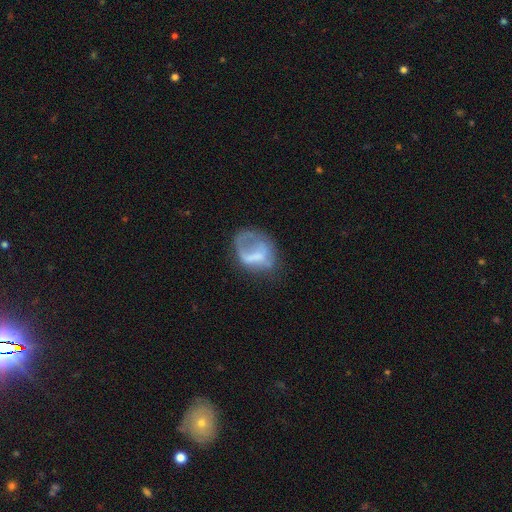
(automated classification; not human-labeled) featured or disk 46%, smooth 45%, star or artifact 10%. Down the decision tree: merging — major disturbance (44%).